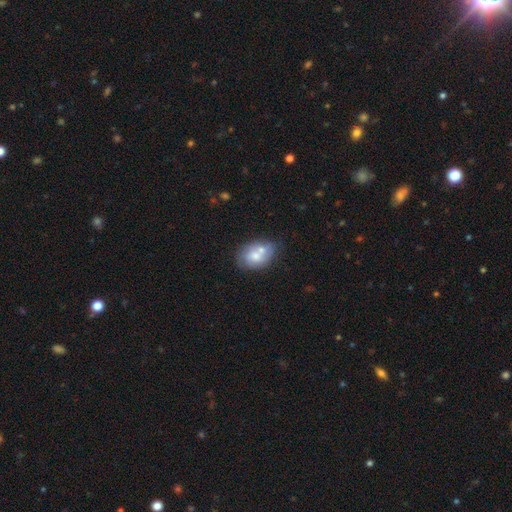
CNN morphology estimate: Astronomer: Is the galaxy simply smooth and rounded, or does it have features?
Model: smooth — 57% (runner-up: featured or disk, 35%).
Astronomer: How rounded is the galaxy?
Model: in between — 77%.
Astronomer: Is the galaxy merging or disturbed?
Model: none — 42% (runner-up: merger, 36%).